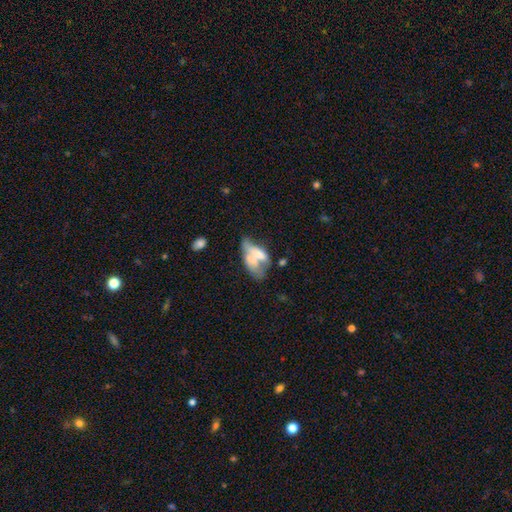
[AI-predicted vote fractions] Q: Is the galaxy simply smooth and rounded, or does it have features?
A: smooth — 51%.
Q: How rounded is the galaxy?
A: in between — 82%.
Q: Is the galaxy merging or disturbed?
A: merger — 56%.